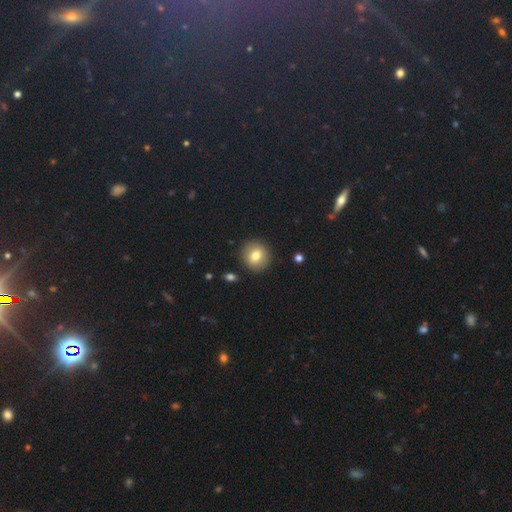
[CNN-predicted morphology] The model was most divided on "smooth or featured": smooth: 78%, featured or disk: 13%, star or artifact: 10%. More confident: merging — none (89%); how rounded — round (87%).